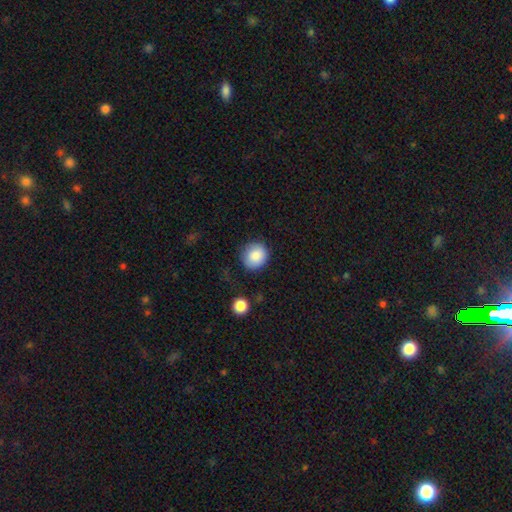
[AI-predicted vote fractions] Q: Smooth or featured?
A: smooth (86%); runner-up: star or artifact (8%)
Q: How rounded?
A: round (84%); runner-up: in between (15%)
Q: Merging?
A: none (80%); runner-up: minor disturbance (14%)